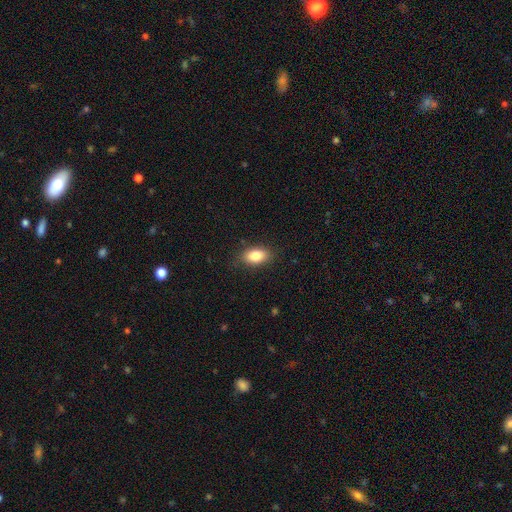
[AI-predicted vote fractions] smooth-or-featured: smooth: 84% | featured or disk: 9% | star or artifact: 8%
  how-rounded: in between: 89% | round: 8% | cigar-shaped: 4%
  merging: none: 85% | minor disturbance: 11% | major disturbance: 3% | merger: 1%